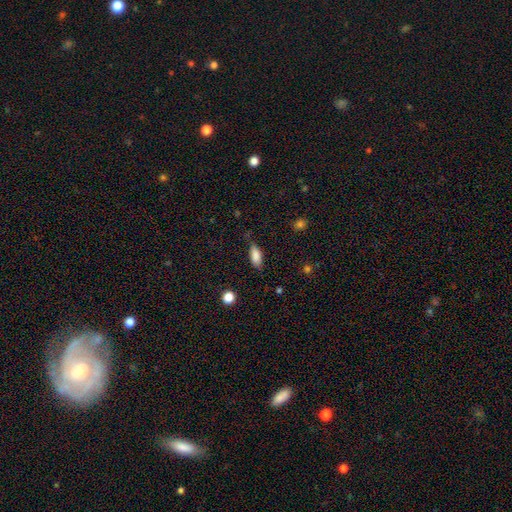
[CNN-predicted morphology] Smooth or featured: smooth — 83% (featured or disk — 10%)
How rounded: in between — 79% (cigar-shaped — 18%)
Merging: none — 73% (minor disturbance — 21%)